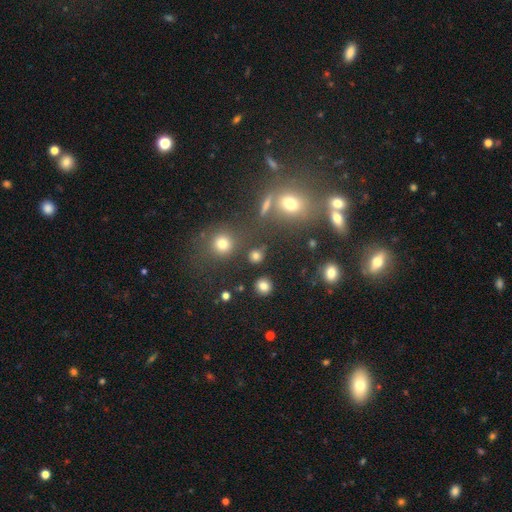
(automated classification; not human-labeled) smooth-or-featured: smooth: 76% | star or artifact: 17% | featured or disk: 7%
  how-rounded: round: 85% | in between: 13% | cigar-shaped: 2%
  merging: none: 82% | minor disturbance: 8% | merger: 6% | major disturbance: 4%